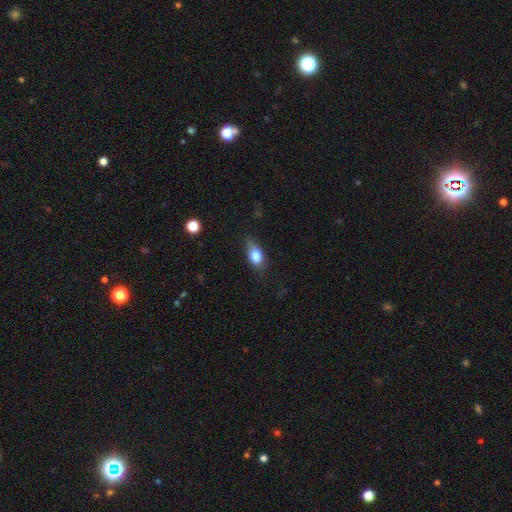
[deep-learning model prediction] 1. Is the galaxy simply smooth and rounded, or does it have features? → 80% smooth, 12% featured or disk, 8% star or artifact.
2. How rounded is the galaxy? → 80% in between, 13% round, 7% cigar-shaped.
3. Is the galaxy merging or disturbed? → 65% none, 27% minor disturbance, 6% major disturbance, 2% merger.